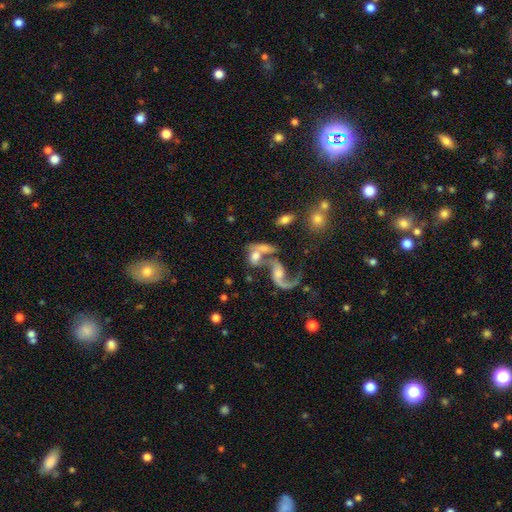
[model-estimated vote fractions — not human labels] featured or disk 50%, smooth 40%, star or artifact 10%. Down the decision tree: edge-on disk — no (93%); merging — merger (58%).